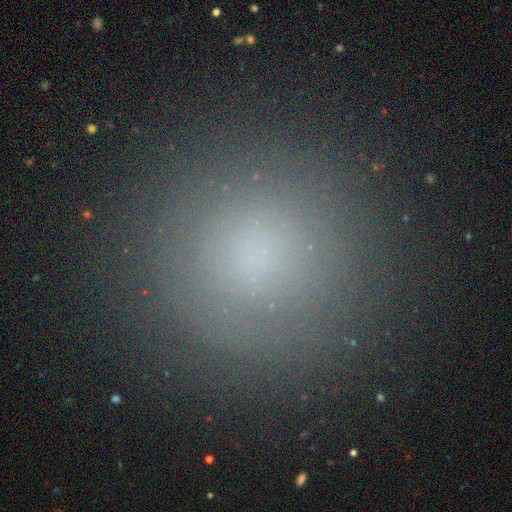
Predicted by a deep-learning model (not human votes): Morphology: type=smooth (72%); roundness=round (94%); merging=none (89%).